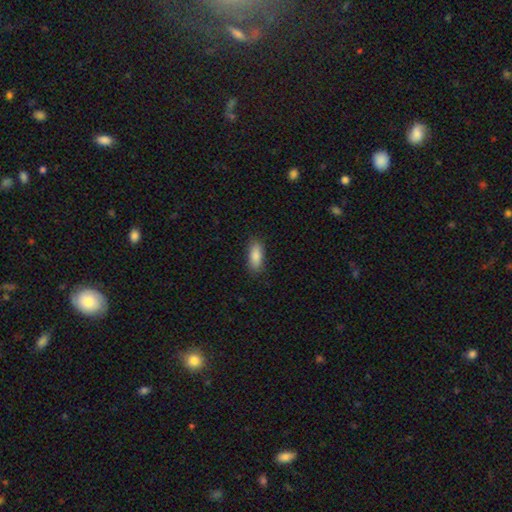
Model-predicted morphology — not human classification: A smooth galaxy with no disk features (87%) that is in between round and cigar-shaped (79%).

Vote fractions:
- Smooth or featured? smooth: 87% / featured or disk: 7% / star or artifact: 7%
- How rounded? in between: 79% / cigar-shaped: 19% / round: 2%
- Merging? none: 85% / minor disturbance: 11% / major disturbance: 2% / merger: 1%